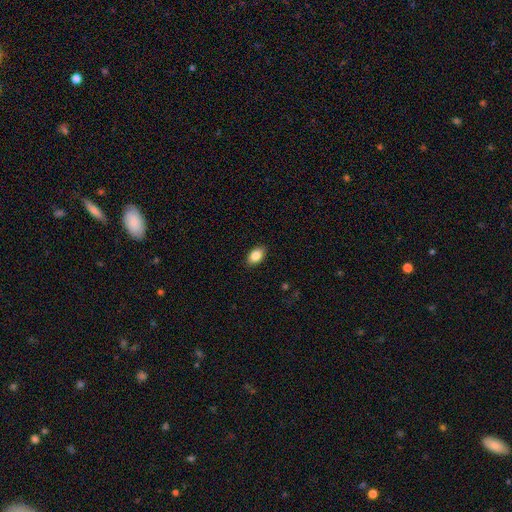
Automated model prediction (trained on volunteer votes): smooth-or-featured: smooth: 86% | star or artifact: 7% | featured or disk: 7%
  how-rounded: in between: 89% | round: 9% | cigar-shaped: 1%
  merging: none: 89% | minor disturbance: 8% | major disturbance: 2% | merger: 1%